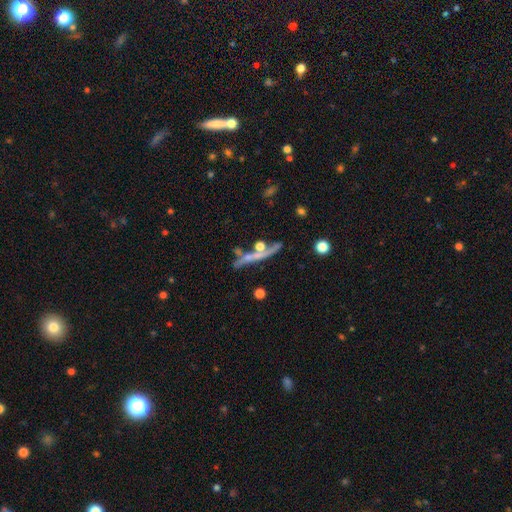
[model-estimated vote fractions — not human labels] Smooth or featured? Predicted: featured or disk (p=0.63). Edge-on disk? Predicted: yes (p=0.84). Edge-on bulge? Predicted: rounded (p=0.51). Merging? Predicted: none (p=0.60).